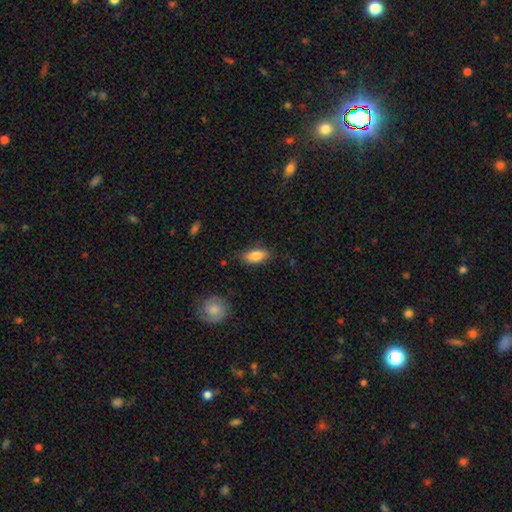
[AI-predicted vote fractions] This appears to be a smooth galaxy with no disk features (82%) that is in between round and cigar-shaped (83%). Merging: none (81%).